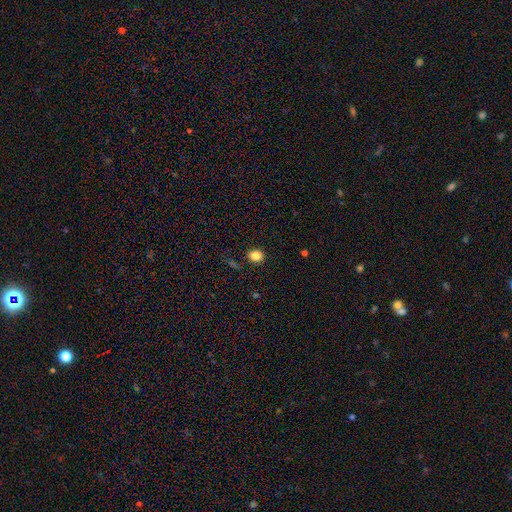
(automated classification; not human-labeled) Smooth or featured?
  - smooth: 85% *
  - star or artifact: 11%
  - featured or disk: 5%
How rounded?
  - round: 58% *
  - in between: 41%
  - cigar-shaped: 1%
Merging?
  - none: 86% *
  - minor disturbance: 9%
  - major disturbance: 3%
  - merger: 2%